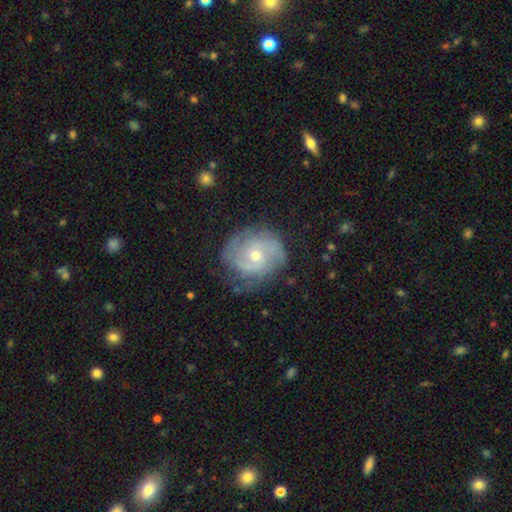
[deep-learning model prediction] Smooth or featured: featured or disk — 78% (smooth — 15%)
Edge-on disk: no — 97% (yes — 3%)
Bar: no — 69% (weak — 26%)
Spiral arms: yes — 91% (no — 9%)
Spiral winding: tight — 53% (medium — 36%)
Spiral arm count: 2 — 48% (can't tell — 24%)
Bulge size: small — 49% (moderate — 48%)
Merging: none — 72% (minor disturbance — 19%)